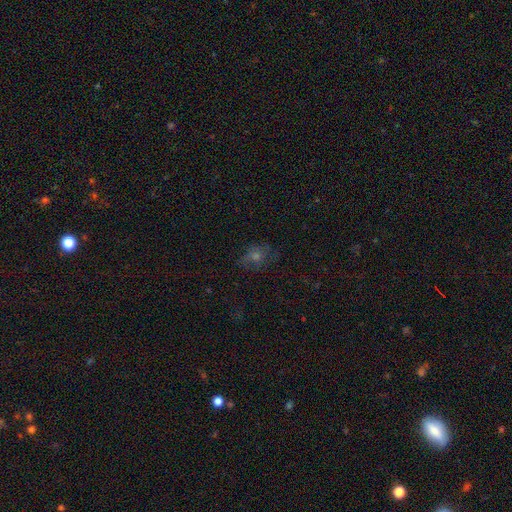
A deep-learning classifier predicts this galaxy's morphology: Overall: smooth (41%; star or artifact 33%). Merging: none (71%).